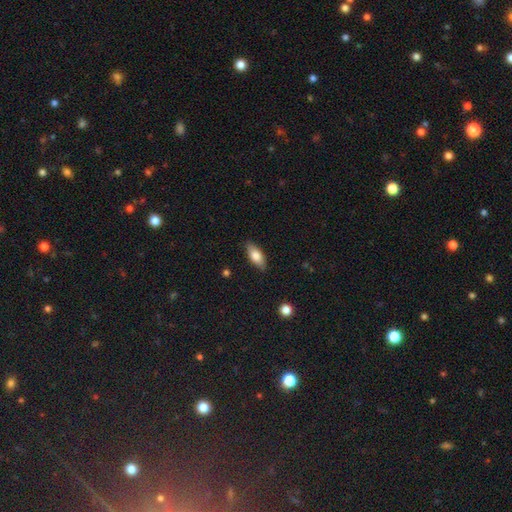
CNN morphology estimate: Smooth or featured?
  - smooth: 73% *
  - featured or disk: 20%
  - star or artifact: 7%
How rounded?
  - in between: 78% *
  - cigar-shaped: 19%
  - round: 3%
Merging?
  - none: 85% *
  - minor disturbance: 11%
  - major disturbance: 2%
  - merger: 1%